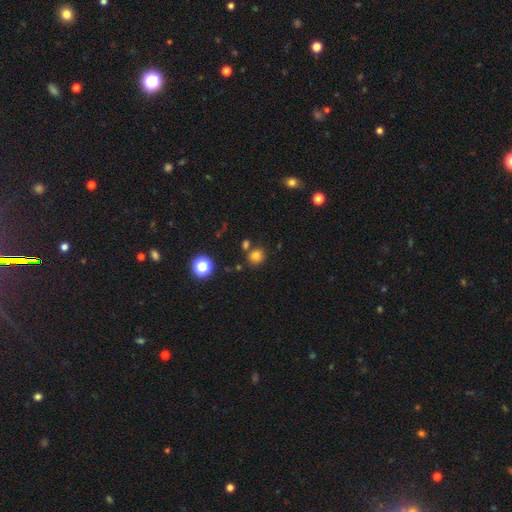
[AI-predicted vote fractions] Smooth or featured: smooth — 78% (star or artifact — 16%)
How rounded: round — 79% (in between — 20%)
Merging: none — 73% (merger — 13%)